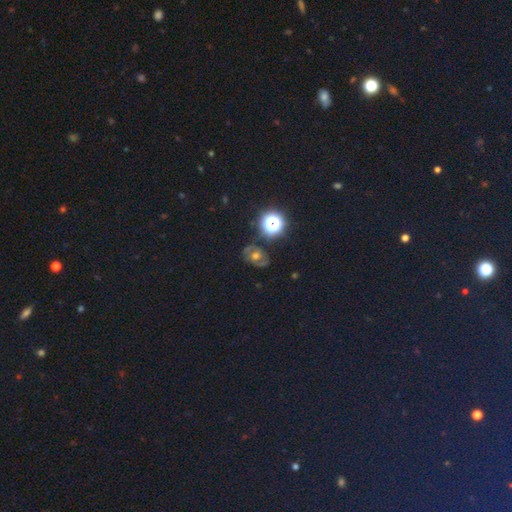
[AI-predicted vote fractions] Morphology: type=featured or disk (37%); merging=none (75%).